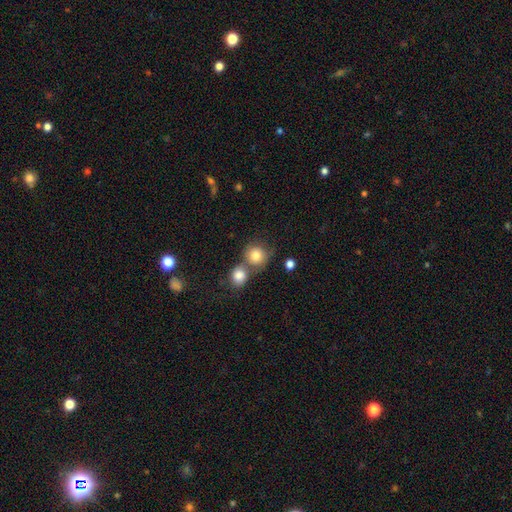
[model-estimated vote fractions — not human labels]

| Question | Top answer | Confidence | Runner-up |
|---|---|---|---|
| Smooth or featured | smooth | 83% | star or artifact (9%) |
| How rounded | round | 86% | in between (13%) |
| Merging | none | 44% | merger (43%) |